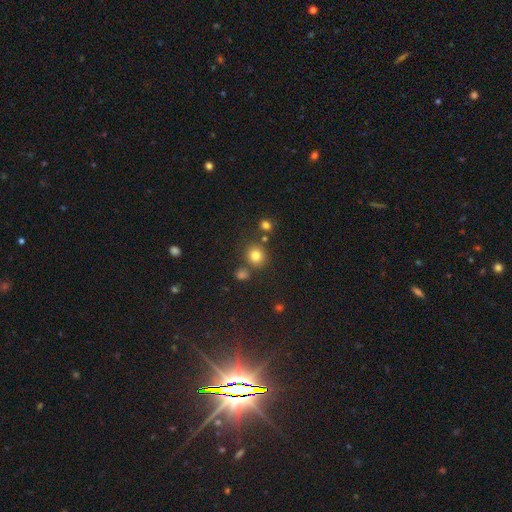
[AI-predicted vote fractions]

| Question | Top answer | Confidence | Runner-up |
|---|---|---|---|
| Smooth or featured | smooth | 79% | star or artifact (14%) |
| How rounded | round | 89% | in between (10%) |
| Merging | none | 78% | merger (10%) |